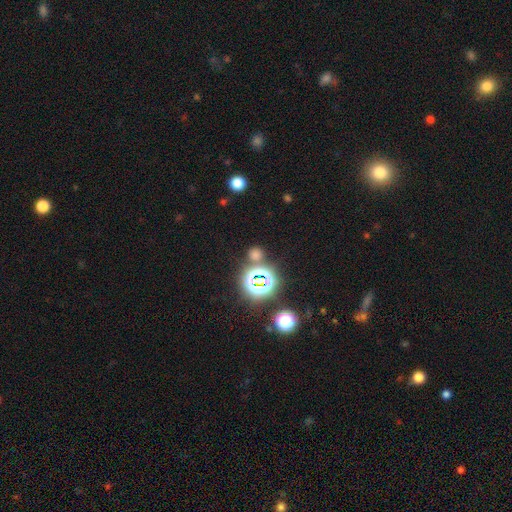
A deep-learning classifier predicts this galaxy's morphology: smooth-or-featured: smooth: 51% | star or artifact: 42% | featured or disk: 6%
  how-rounded: round: 83% | in between: 16% | cigar-shaped: 1%
  merging: none: 76% | merger: 11% | minor disturbance: 9% | major disturbance: 4%